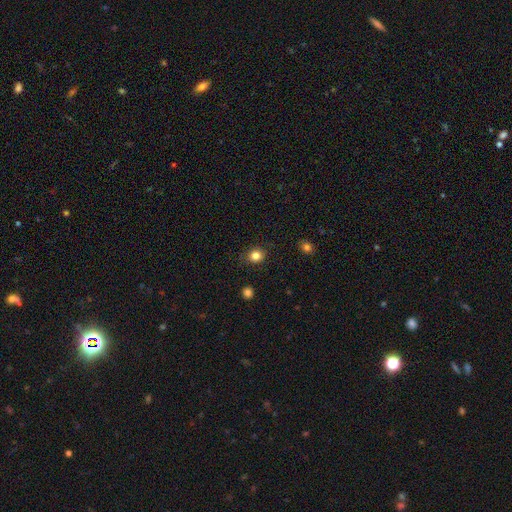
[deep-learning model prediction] A smooth galaxy with no disk features (83%) that is round (74%).

Vote fractions:
- Smooth or featured? smooth: 83% / star or artifact: 12% / featured or disk: 5%
- How rounded? round: 74% / in between: 25% / cigar-shaped: 1%
- Merging? none: 85% / minor disturbance: 11% / major disturbance: 3% / merger: 1%